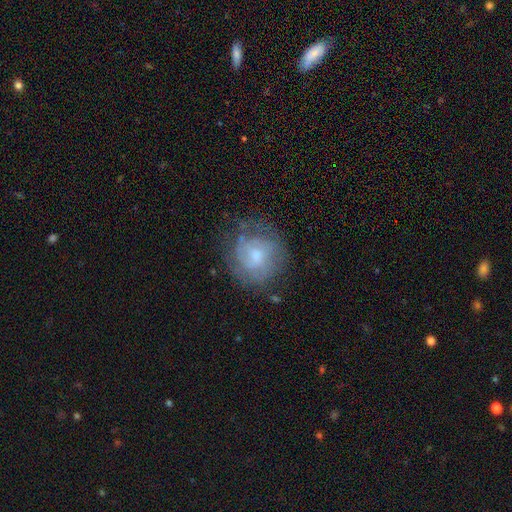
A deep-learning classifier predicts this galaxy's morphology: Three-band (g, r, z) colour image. It shows a featured or disk galaxy (50%). Merging: none (60%).